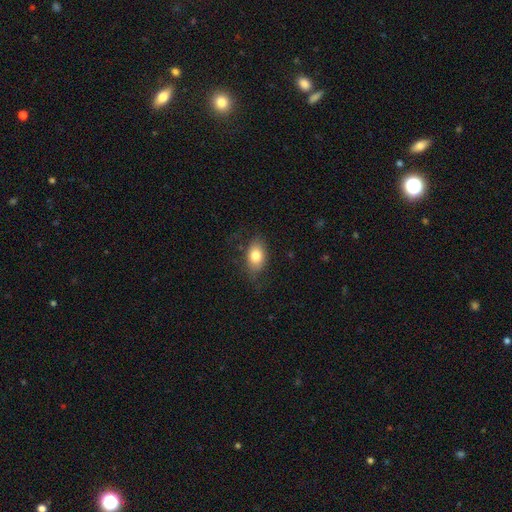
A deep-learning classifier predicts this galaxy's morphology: smooth 78%, featured or disk 14%, star or artifact 8%. Down the decision tree: how rounded — in between (84%); merging — none (71%).